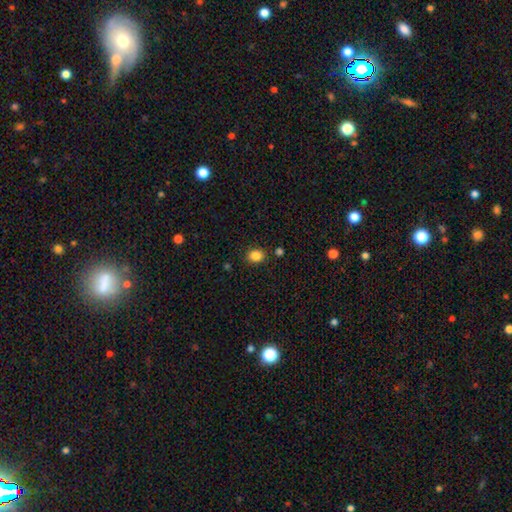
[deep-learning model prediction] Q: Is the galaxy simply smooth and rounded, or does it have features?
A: smooth — 85%.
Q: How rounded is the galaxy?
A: in between — 53%.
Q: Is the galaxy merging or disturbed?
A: none — 84%.